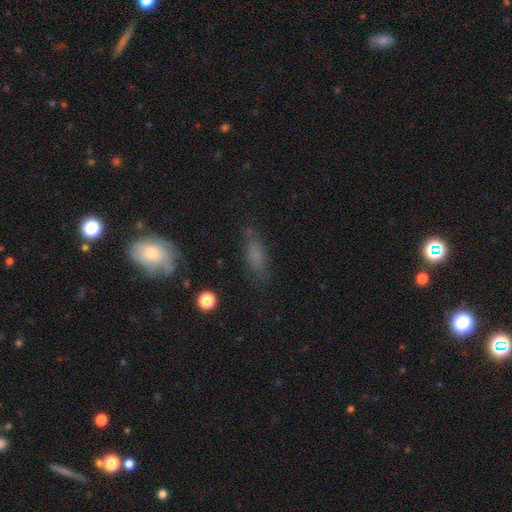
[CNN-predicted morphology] The model was most divided on "how rounded": in between: 59%, cigar-shaped: 36%, round: 5%. More confident: merging — none (70%); smooth or featured — smooth (65%).